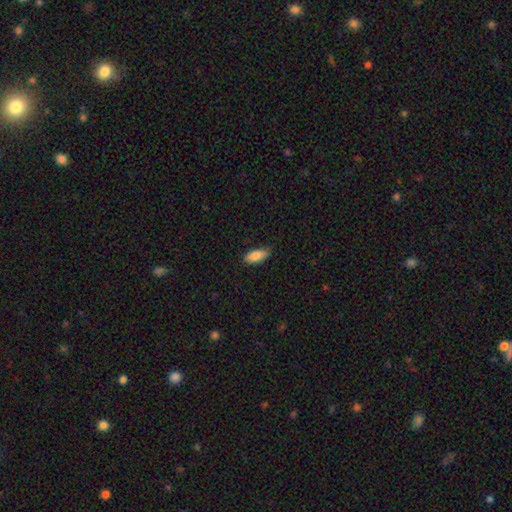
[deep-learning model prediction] Q: Smooth or featured?
A: smooth (82%); runner-up: featured or disk (11%)
Q: How rounded?
A: in between (82%); runner-up: cigar-shaped (16%)
Q: Merging?
A: none (79%); runner-up: minor disturbance (18%)